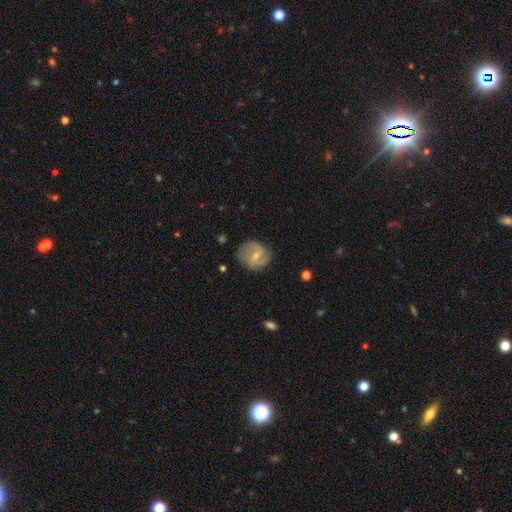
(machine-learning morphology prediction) This appears to be a featured or disk galaxy (55%) with a weak bar (50%), spiral arms (76%) and a small central bulge (57%). Merging: none (64%).